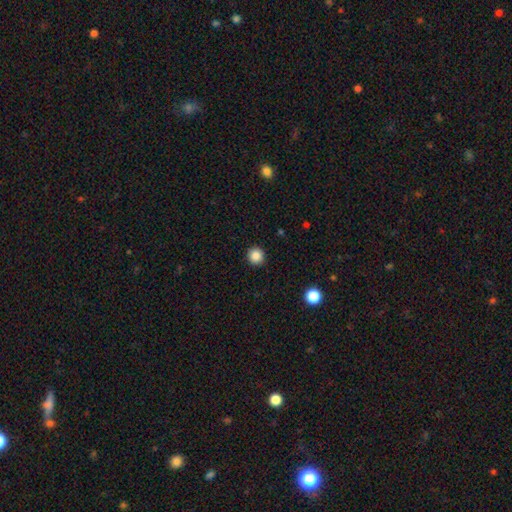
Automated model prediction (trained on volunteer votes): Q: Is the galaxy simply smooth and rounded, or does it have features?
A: smooth — 86%.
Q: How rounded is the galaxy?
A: round — 94%.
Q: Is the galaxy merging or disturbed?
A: none — 93%.